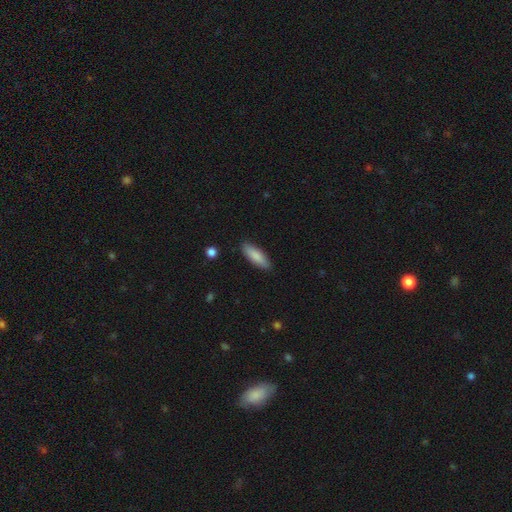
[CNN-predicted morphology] smooth 85%, featured or disk 9%, star or artifact 6%. Down the decision tree: how rounded — in between (51%); merging — none (88%).